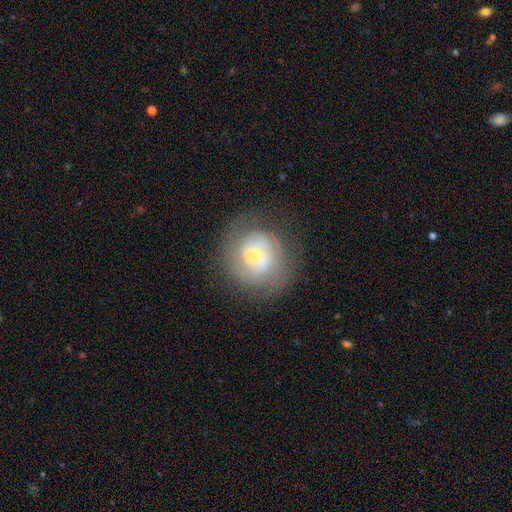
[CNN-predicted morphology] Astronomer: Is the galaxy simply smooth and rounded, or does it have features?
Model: featured or disk — 71%.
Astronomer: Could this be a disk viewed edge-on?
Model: no — 98%.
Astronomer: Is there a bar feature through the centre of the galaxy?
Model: weak — 46% (runner-up: no, 45%).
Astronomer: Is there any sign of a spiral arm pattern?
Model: yes — 89%.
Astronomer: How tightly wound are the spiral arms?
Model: tight — 52% (runner-up: medium, 36%).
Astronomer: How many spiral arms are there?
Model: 2 — 53%.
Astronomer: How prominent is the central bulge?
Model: moderate — 48% (runner-up: small, 44%).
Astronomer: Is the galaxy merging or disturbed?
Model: none — 75%.